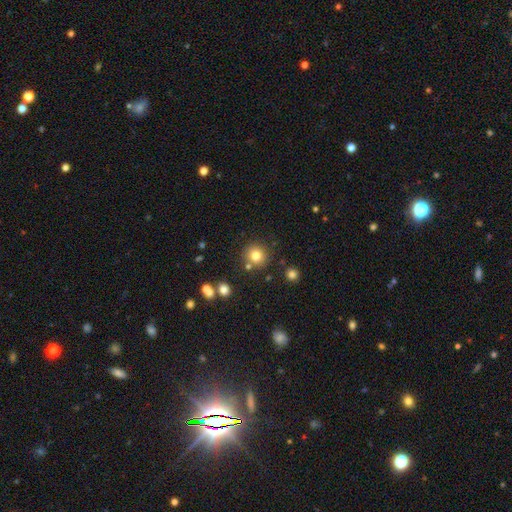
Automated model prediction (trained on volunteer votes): Morphology: type=smooth (80%); roundness=round (93%); merging=none (83%).